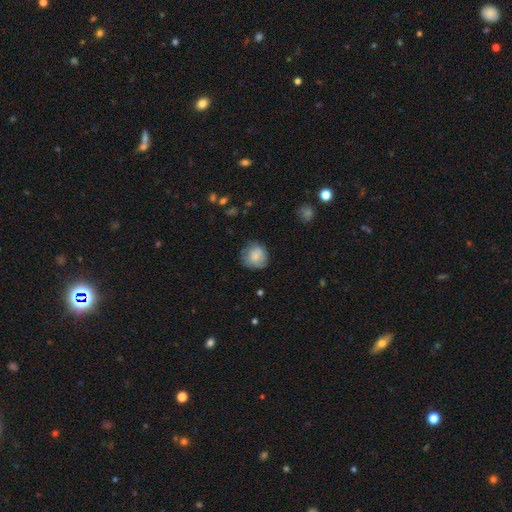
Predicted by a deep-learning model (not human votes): smooth 76%, featured or disk 16%, star or artifact 8%. Down the decision tree: how rounded — round (83%); merging — none (66%).